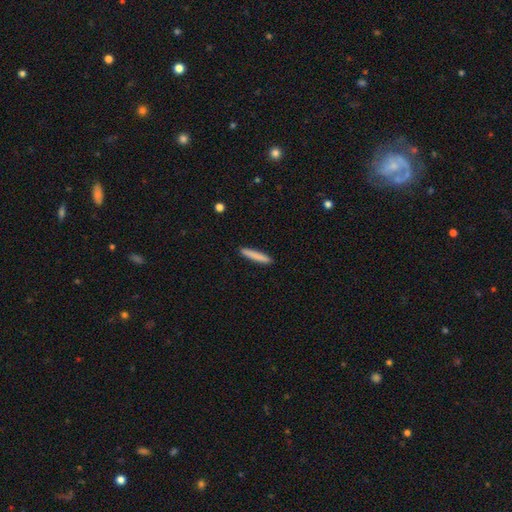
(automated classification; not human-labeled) smooth_or_featured: smooth (p=0.83) [alt: featured or disk p=0.11]
how_rounded: cigar-shaped (p=0.94) [alt: in between p=0.05]
merging: none (p=0.91) [alt: minor disturbance p=0.06]